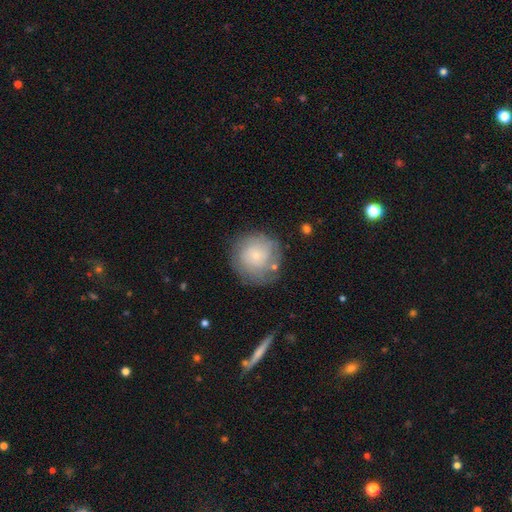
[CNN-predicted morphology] type=smooth (56%); roundness=round (92%); merging=none (72%).